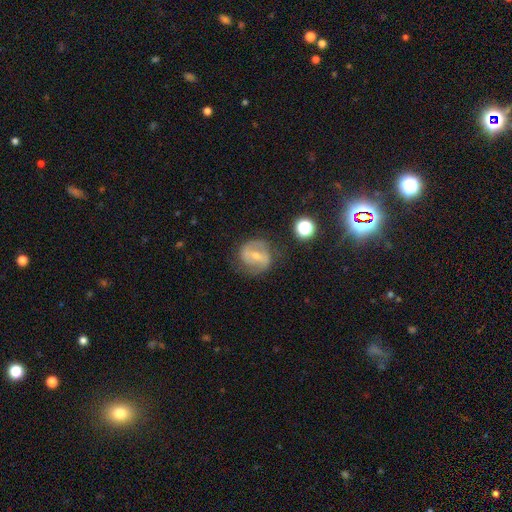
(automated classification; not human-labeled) Smooth or featured? Predicted: featured or disk (p=0.68). Edge-on disk? Predicted: no (p=0.96). Bar? Predicted: strong (p=0.48). Spiral arms? Predicted: yes (p=0.74). Bulge size? Predicted: small (p=0.49). Merging? Predicted: none (p=0.67).